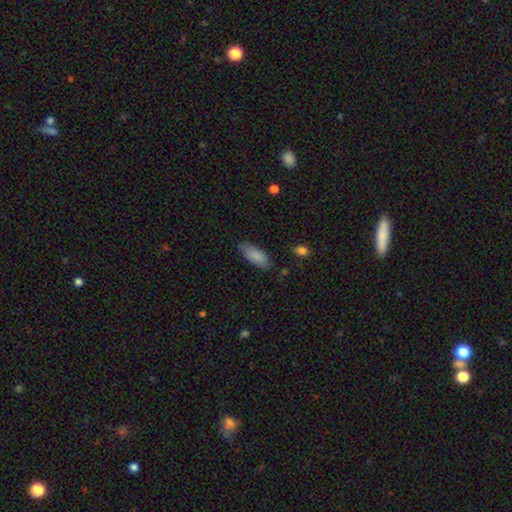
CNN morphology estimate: Overall: smooth (87%). How rounded: in between (77%). Merging: none (81%).